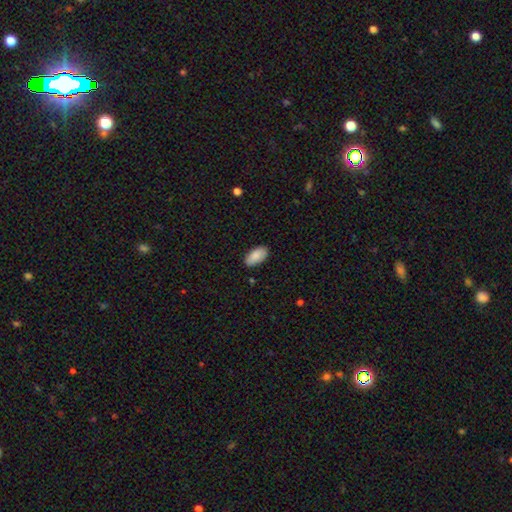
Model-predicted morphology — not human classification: type=smooth (88%); roundness=in between (95%); merging=none (86%).